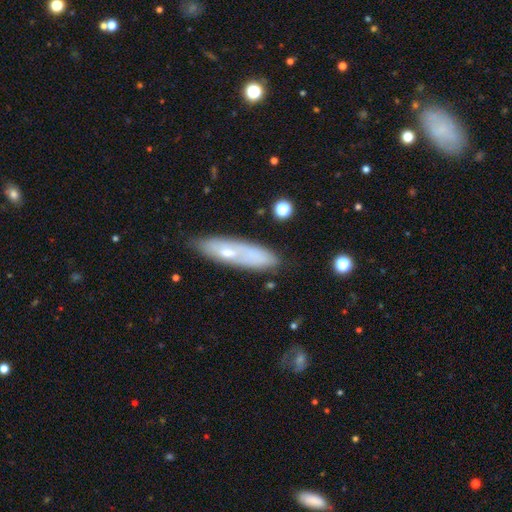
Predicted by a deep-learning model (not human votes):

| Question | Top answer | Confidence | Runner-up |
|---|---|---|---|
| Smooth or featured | smooth | 59% | featured or disk (32%) |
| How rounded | cigar-shaped | 51% | in between (46%) |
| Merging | none | 67% | minor disturbance (19%) |